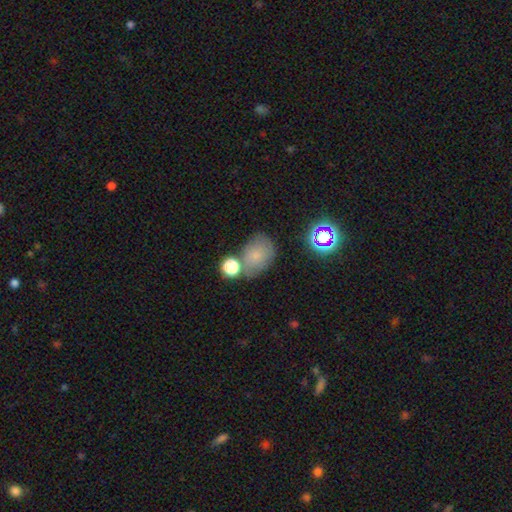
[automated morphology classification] This is likely a smooth galaxy (70%). How rounded: likely in between (63%). Merging: possibly none (59%).